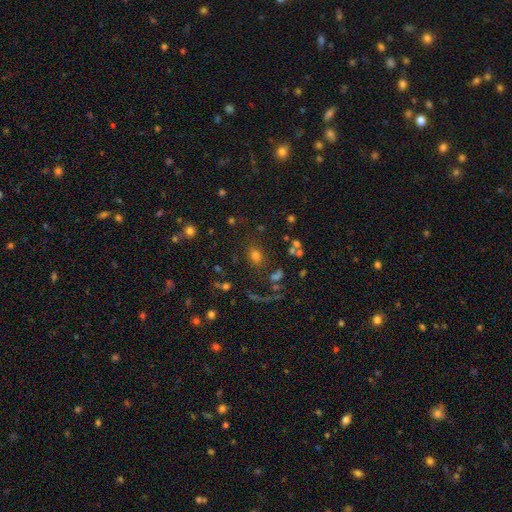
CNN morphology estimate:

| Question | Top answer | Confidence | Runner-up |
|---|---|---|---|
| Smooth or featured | smooth | 68% | star or artifact (23%) |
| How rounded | in between | 50% | round (49%) |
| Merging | none | 78% | minor disturbance (11%) |